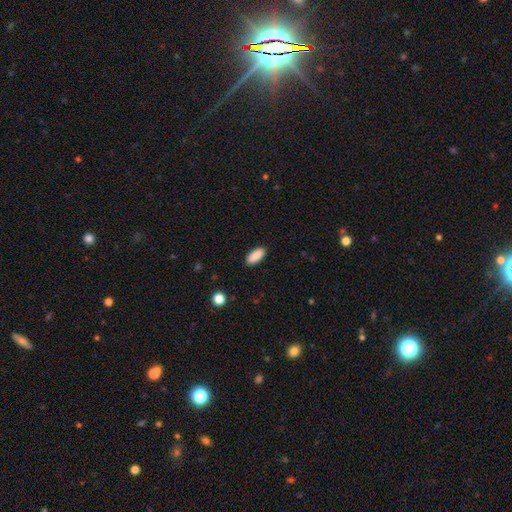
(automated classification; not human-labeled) smooth 89%, star or artifact 7%, featured or disk 4%. Down the decision tree: how rounded — in between (86%); merging — none (89%).